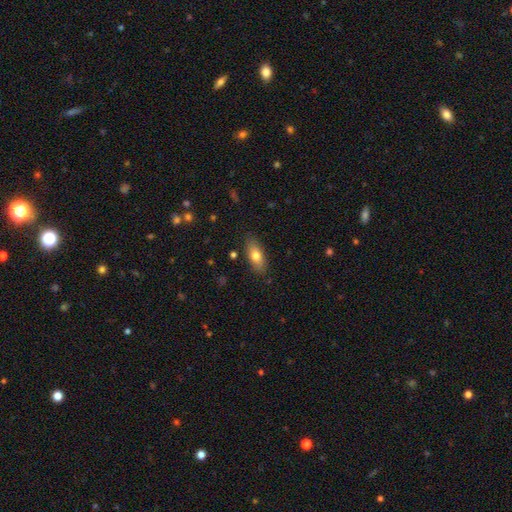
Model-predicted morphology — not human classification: Overall: smooth (72%). How rounded: in between (79%). Merging: none (84%).